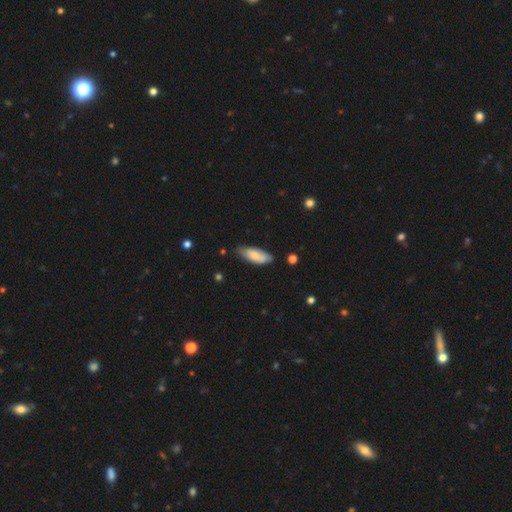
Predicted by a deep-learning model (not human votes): A smooth galaxy with no disk features (74%) that is in between round and cigar-shaped (74%). Merging: none (66%).